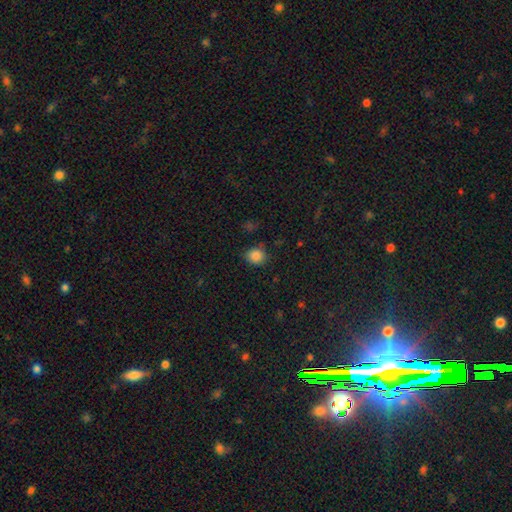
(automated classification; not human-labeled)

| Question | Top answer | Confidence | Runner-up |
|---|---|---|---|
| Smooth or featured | smooth | 85% | star or artifact (11%) |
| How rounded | round | 70% | in between (29%) |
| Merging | none | 80% | minor disturbance (14%) |